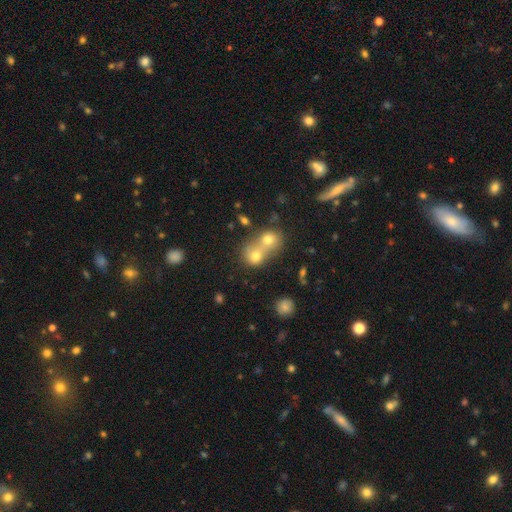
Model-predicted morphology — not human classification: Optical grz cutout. It shows a smooth galaxy with no disk features (72%) that is round (70%). Merging: merger (71%).